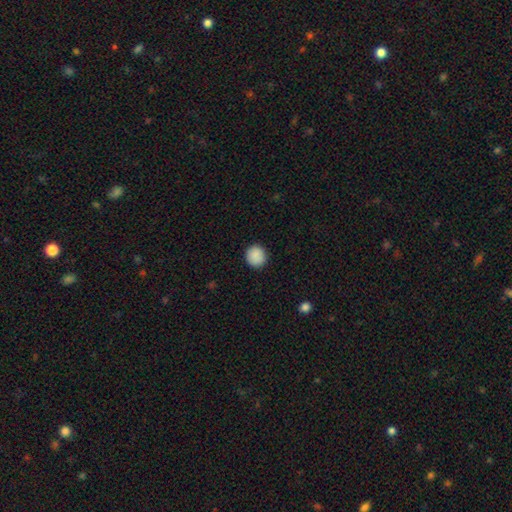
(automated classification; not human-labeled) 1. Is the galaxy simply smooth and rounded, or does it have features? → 89% smooth, 8% star or artifact, 4% featured or disk.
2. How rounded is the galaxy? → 92% round, 7% in between, 1% cigar-shaped.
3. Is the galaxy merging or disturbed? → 90% none, 7% minor disturbance, 2% major disturbance, 1% merger.